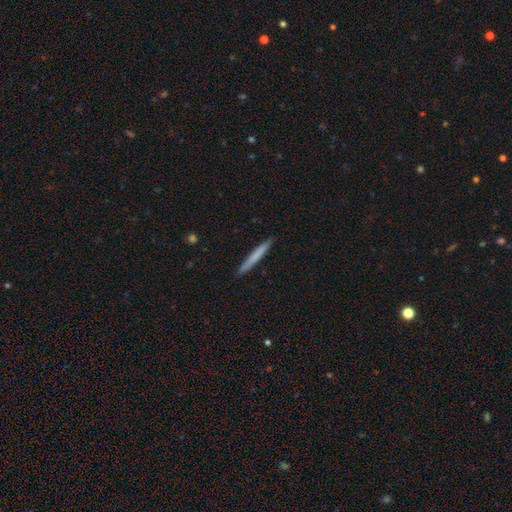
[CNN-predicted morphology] Smooth or featured? smooth (70%)
How rounded? cigar-shaped (97%)
Merging? none (91%)